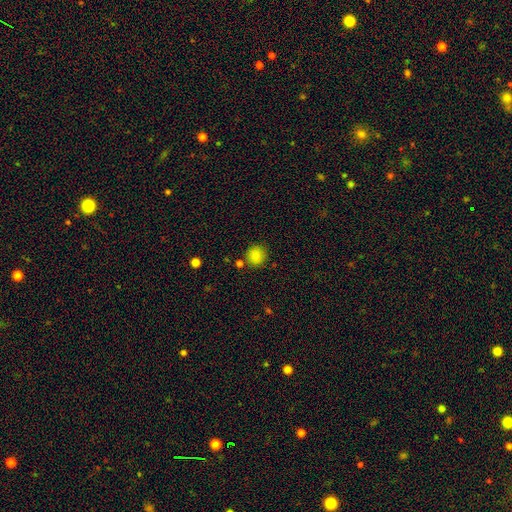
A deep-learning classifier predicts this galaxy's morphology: This appears to be a smooth galaxy with no disk features (85%) that is round (90%). Merging: none (83%).